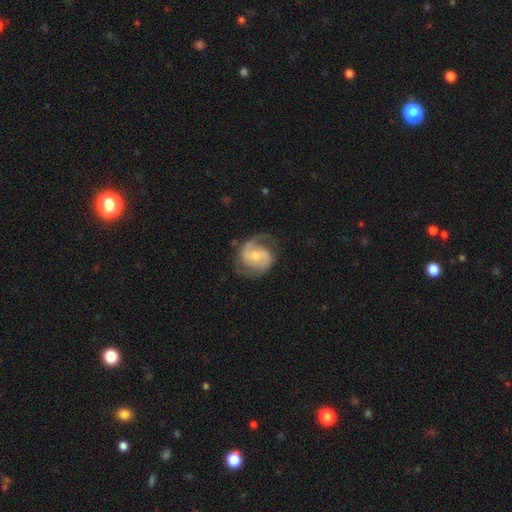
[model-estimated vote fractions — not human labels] The model was most divided on "bar": weak: 48%, no: 39%, strong: 13%. More confident: edge-on disk — no (98%); spiral arms — yes (96%); spiral arm count — 2 (87%); smooth or featured — featured or disk (85%); merging — none (71%); bulge size — moderate (52%); spiral winding — medium (52%).